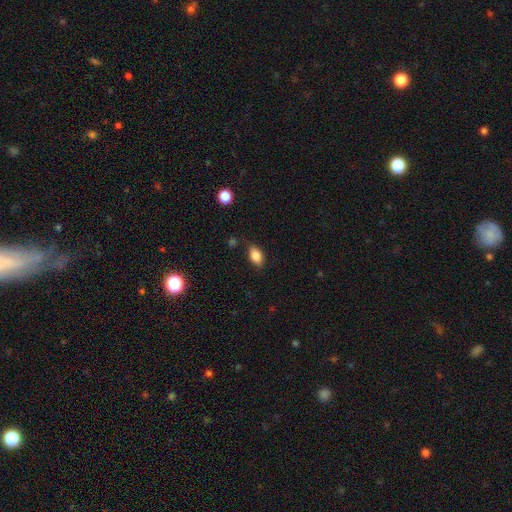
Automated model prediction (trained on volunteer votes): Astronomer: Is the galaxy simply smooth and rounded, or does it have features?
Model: smooth — 83%.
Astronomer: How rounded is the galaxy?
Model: in between — 87%.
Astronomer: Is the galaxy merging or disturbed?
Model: none — 78%.